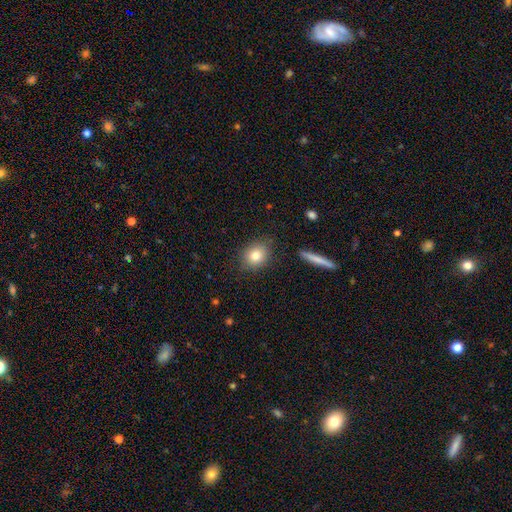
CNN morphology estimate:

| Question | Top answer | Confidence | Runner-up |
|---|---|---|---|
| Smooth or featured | smooth | 80% | featured or disk (10%) |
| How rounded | round | 61% | in between (37%) |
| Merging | none | 85% | minor disturbance (10%) |